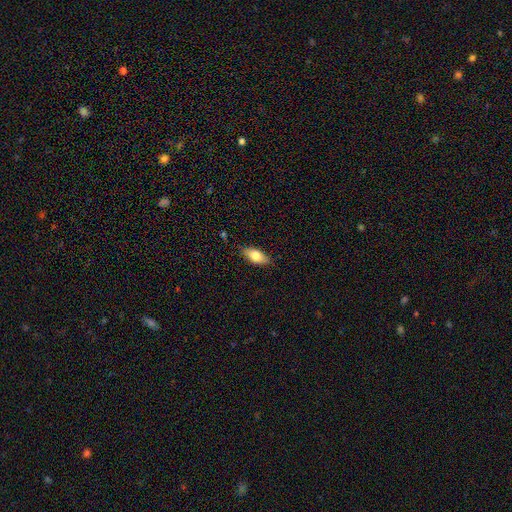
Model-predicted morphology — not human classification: This is likely a smooth galaxy (72%). How rounded: clearly in between (83%). Merging: clearly none (83%).